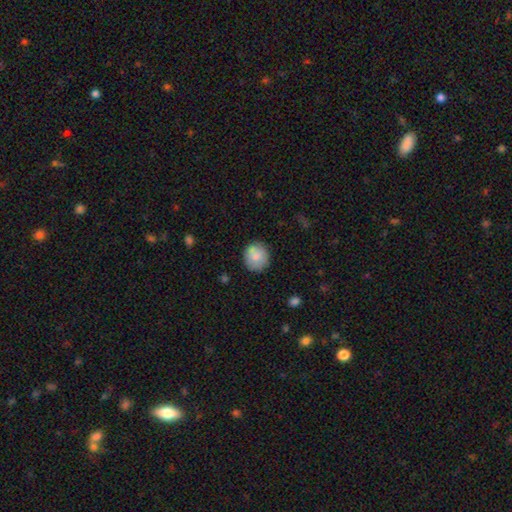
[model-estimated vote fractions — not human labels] A smooth galaxy with no disk features (81%) that is round (89%).

Vote fractions:
- Smooth or featured? smooth: 81% / featured or disk: 12% / star or artifact: 7%
- How rounded? round: 89% / in between: 10% / cigar-shaped: 1%
- Merging? none: 78% / minor disturbance: 13% / merger: 5% / major disturbance: 3%